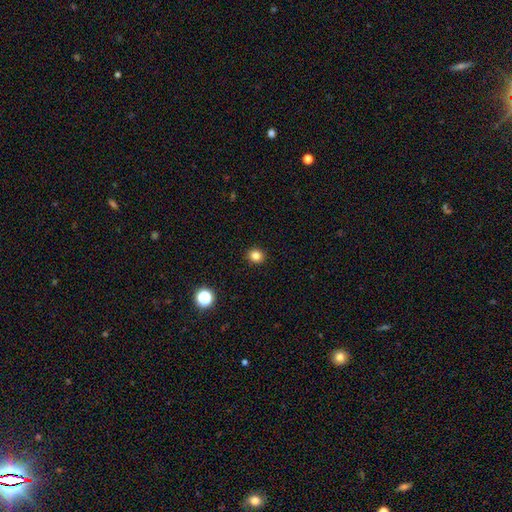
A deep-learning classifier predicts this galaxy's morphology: This appears to be a smooth galaxy with no disk features (82%) that is round (86%). Merging: none (92%).